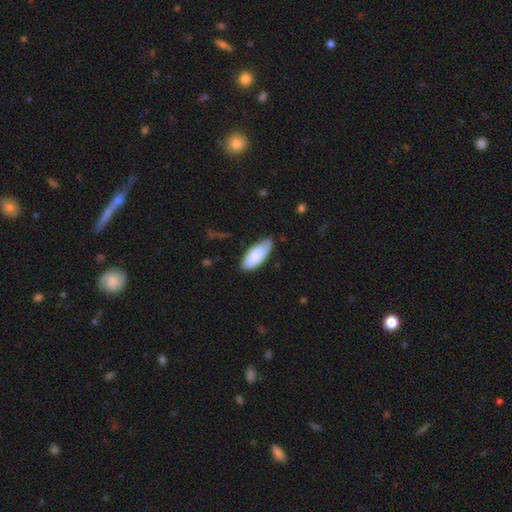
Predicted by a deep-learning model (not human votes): This appears to be a smooth galaxy with no disk features (84%) that is in between round and cigar-shaped (83%). Merging: none (77%).